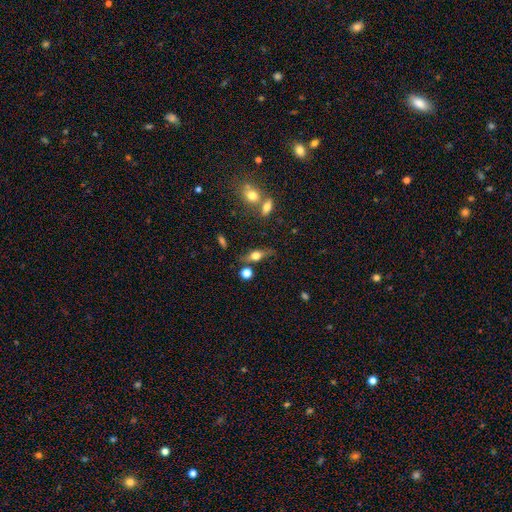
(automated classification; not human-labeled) This appears to be a featured or disk galaxy (45%, tied with smooth). Merging: none (66%).